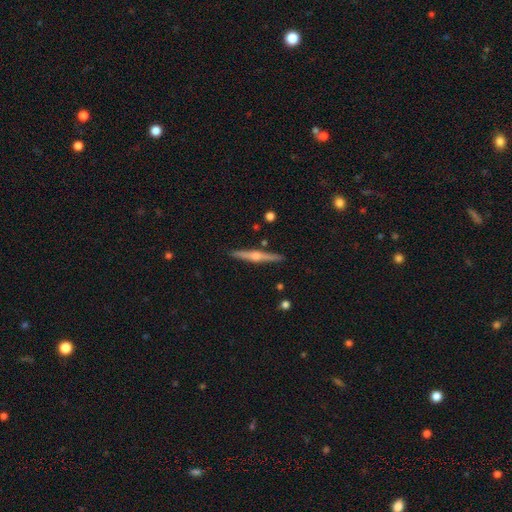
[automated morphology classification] Smooth or featured: featured or disk — 74% (smooth — 20%)
Edge-on disk: yes — 98% (no — 2%)
Edge-on bulge: rounded — 87% (boxy — 6%)
Merging: none — 90% (minor disturbance — 6%)